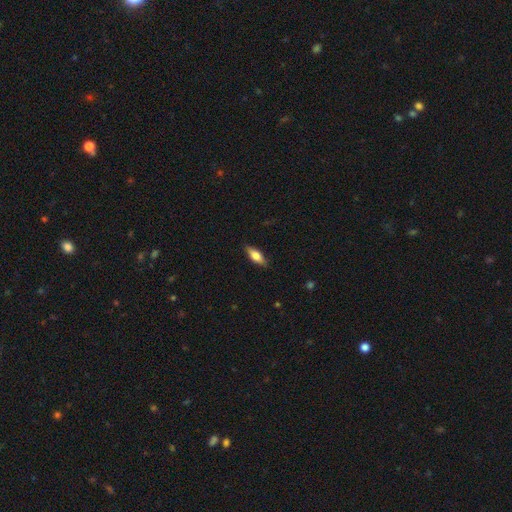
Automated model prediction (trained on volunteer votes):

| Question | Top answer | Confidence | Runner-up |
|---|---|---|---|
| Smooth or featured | smooth | 68% | featured or disk (26%) |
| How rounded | in between | 66% | cigar-shaped (31%) |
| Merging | none | 86% | minor disturbance (11%) |